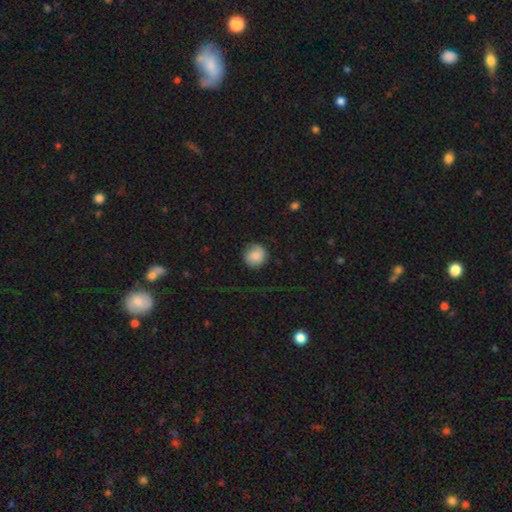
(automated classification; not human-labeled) A smooth galaxy with no disk features (84%) that is round (91%). Merging: none (77%).